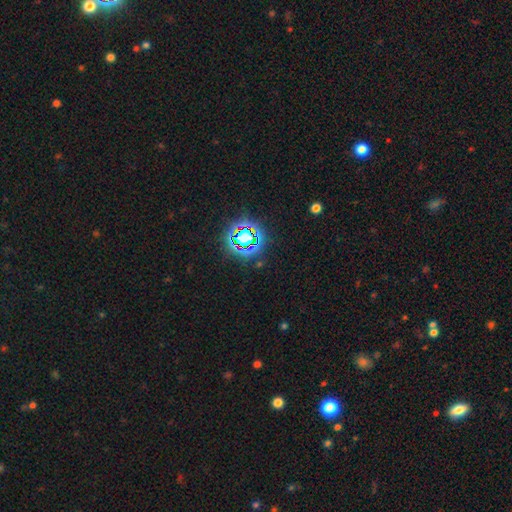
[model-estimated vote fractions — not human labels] Morphology: type=star or artifact (81%).